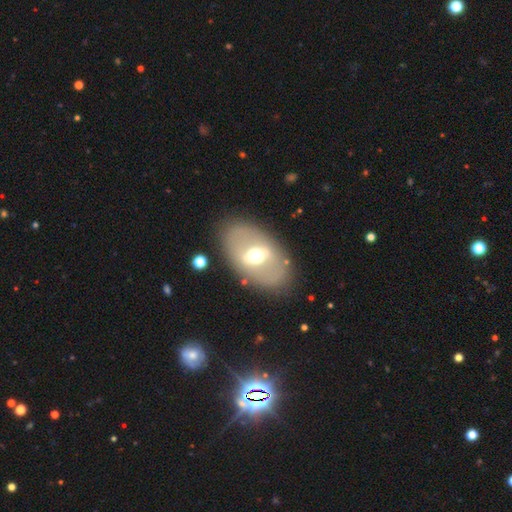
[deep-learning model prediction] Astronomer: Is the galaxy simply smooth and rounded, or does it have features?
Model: featured or disk — 58% (runner-up: smooth, 35%).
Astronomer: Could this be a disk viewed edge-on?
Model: no — 85%.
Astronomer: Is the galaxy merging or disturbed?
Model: none — 82%.